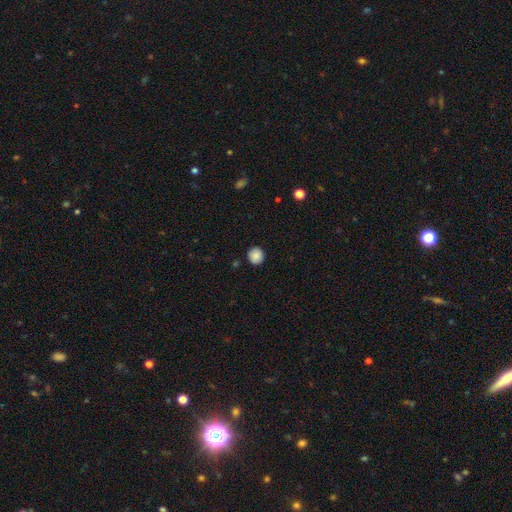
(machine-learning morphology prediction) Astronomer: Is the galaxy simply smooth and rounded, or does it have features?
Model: smooth — 88%.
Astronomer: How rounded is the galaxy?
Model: round — 92%.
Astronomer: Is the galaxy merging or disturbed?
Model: none — 91%.